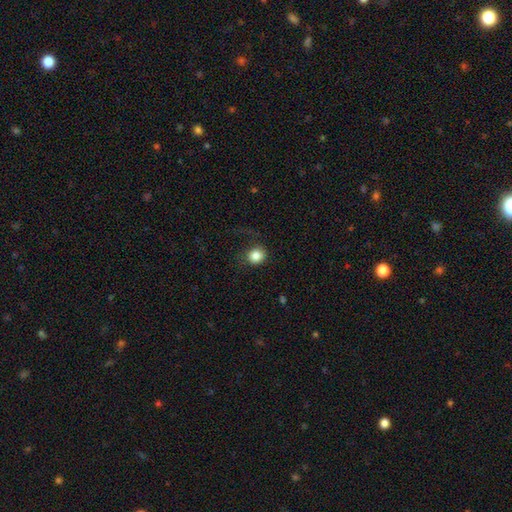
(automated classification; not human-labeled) A smooth galaxy with no disk features (83%) that is round (83%). Merging: none (69%).